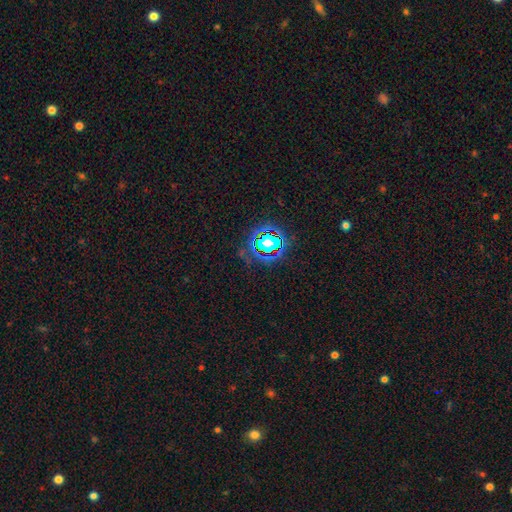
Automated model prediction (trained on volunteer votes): Overall: star or artifact (78%).